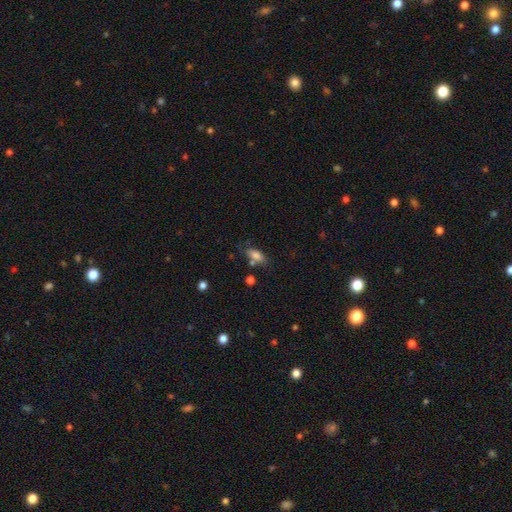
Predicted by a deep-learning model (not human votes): A smooth galaxy with no disk features (78%) that is in between round and cigar-shaped (78%). Merging: none (59%).